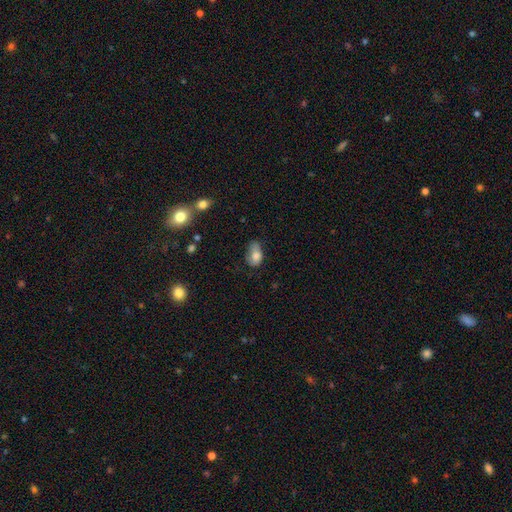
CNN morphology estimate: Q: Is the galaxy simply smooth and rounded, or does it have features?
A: smooth — 79%.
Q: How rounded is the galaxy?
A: in between — 87%.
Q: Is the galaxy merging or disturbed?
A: minor disturbance — 41%.